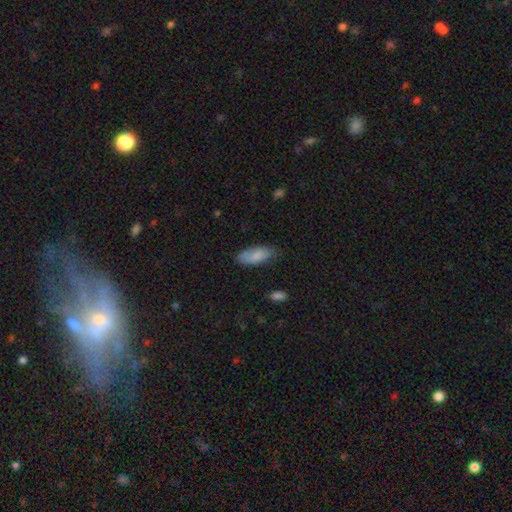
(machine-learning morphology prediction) The model was most divided on "merging": none: 72%, minor disturbance: 22%, major disturbance: 5%, merger: 2%. More confident: smooth or featured — smooth (84%); how rounded — in between (82%).